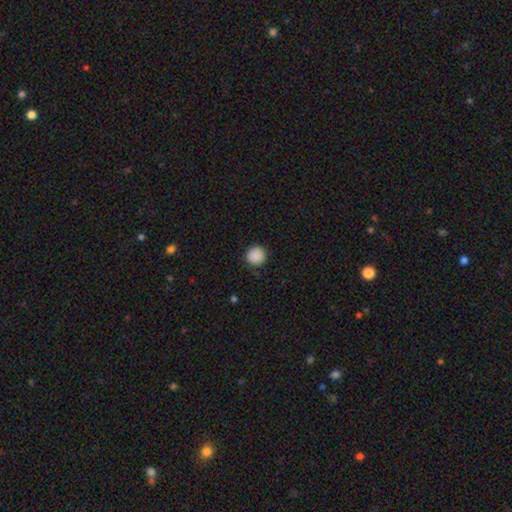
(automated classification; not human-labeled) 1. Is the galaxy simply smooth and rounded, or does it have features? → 89% smooth, 9% star or artifact, 2% featured or disk.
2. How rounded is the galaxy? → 95% round, 4% in between, 1% cigar-shaped.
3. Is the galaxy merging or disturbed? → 91% none, 6% minor disturbance, 2% major disturbance, 1% merger.